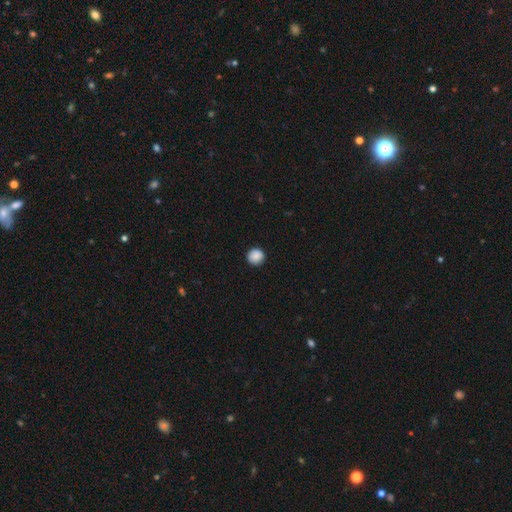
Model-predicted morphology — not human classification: Q: Smooth or featured?
A: smooth (88%); runner-up: star or artifact (8%)
Q: How rounded?
A: round (92%); runner-up: in between (7%)
Q: Merging?
A: none (90%); runner-up: minor disturbance (7%)